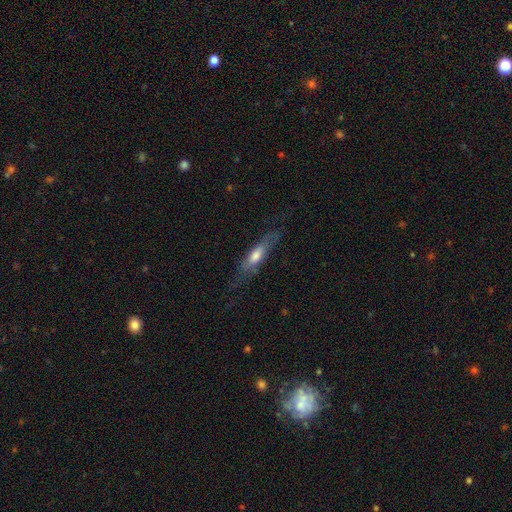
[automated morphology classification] Smooth or featured: featured or disk — 49% (smooth — 44%)
Merging: none — 67% (minor disturbance — 22%)